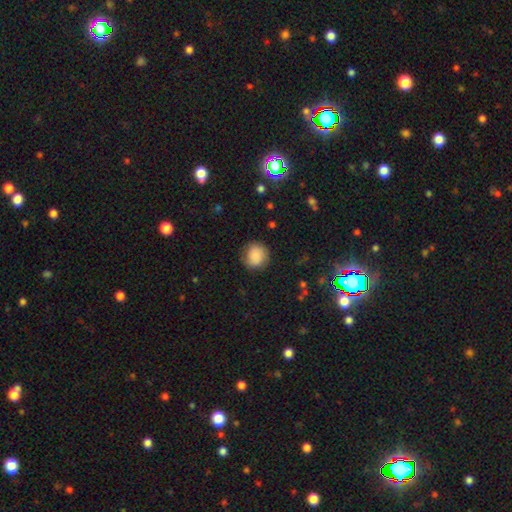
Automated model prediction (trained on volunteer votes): A smooth galaxy with no disk features (84%) that is round (85%). Merging: none (80%).